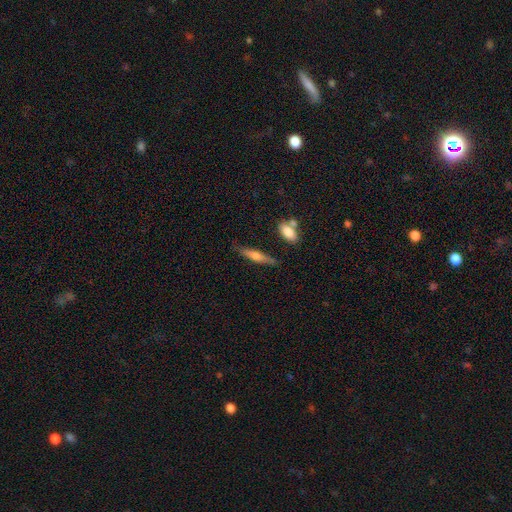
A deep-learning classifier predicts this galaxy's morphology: A smooth galaxy with no disk features (49%). Merging: none (79%).